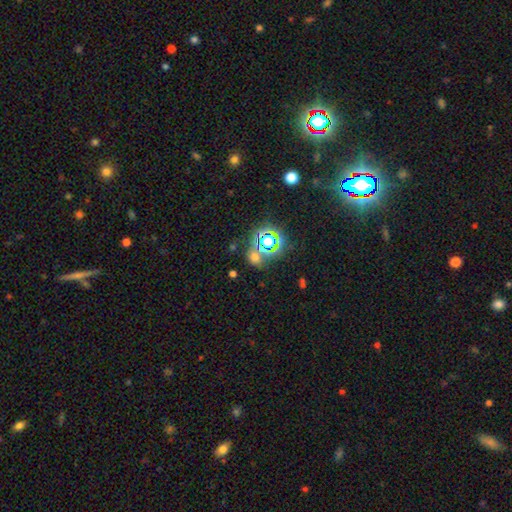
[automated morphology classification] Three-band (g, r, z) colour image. It shows a star or artifact, not a galaxy (67%).